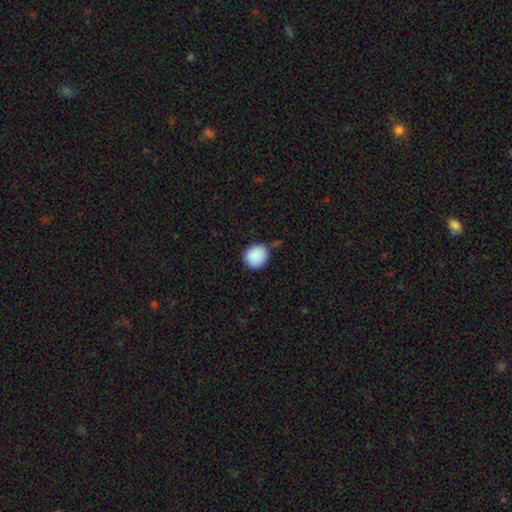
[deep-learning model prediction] Morphology: type=smooth (90%); roundness=round (81%); merging=none (80%).